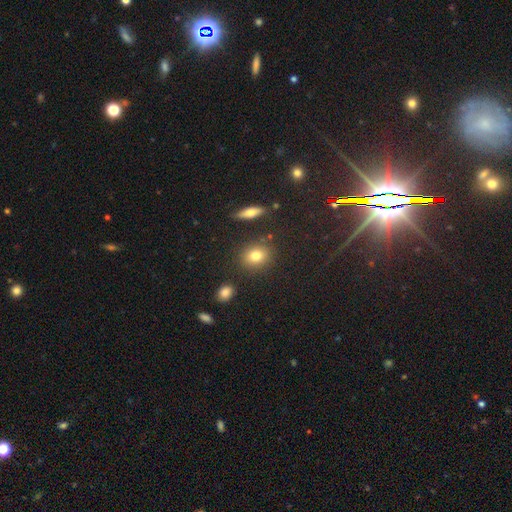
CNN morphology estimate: A smooth galaxy with no disk features (78%) that is round (59%).

Vote fractions:
- Smooth or featured? smooth: 78% / star or artifact: 11% / featured or disk: 10%
- How rounded? round: 59% / in between: 39% / cigar-shaped: 2%
- Merging? none: 83% / minor disturbance: 10% / merger: 4% / major disturbance: 3%